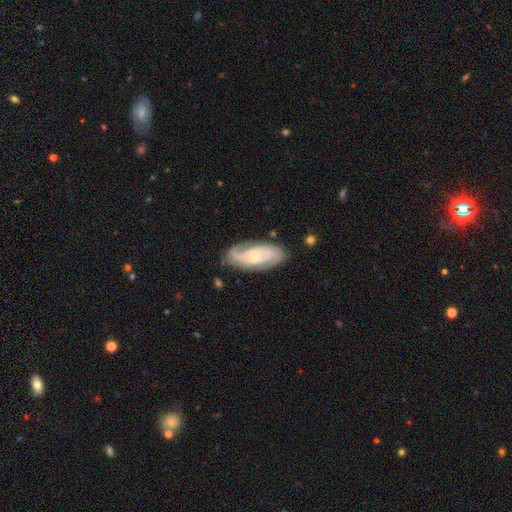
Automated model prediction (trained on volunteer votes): The model was most divided on "spiral winding": tight: 47%, medium: 41%, loose: 12%. More confident: spiral arms — yes (95%); edge-on disk — no (94%); smooth or featured — featured or disk (83%); merging — none (78%); spiral arm count — 2 (69%); bulge size — small (62%); bar — no (57%).